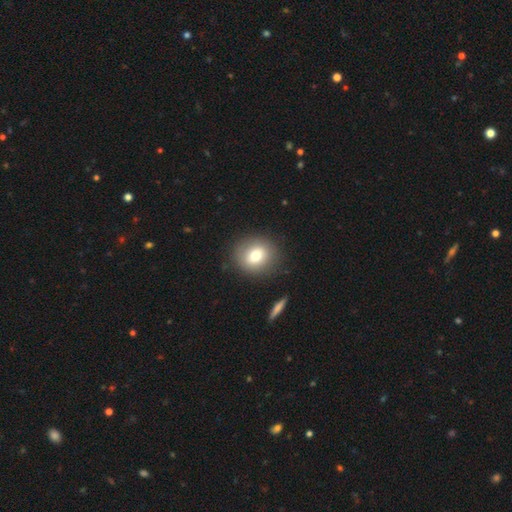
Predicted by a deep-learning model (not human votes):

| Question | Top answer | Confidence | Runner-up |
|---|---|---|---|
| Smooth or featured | smooth | 74% | featured or disk (16%) |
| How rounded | round | 78% | in between (21%) |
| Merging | none | 86% | minor disturbance (9%) |